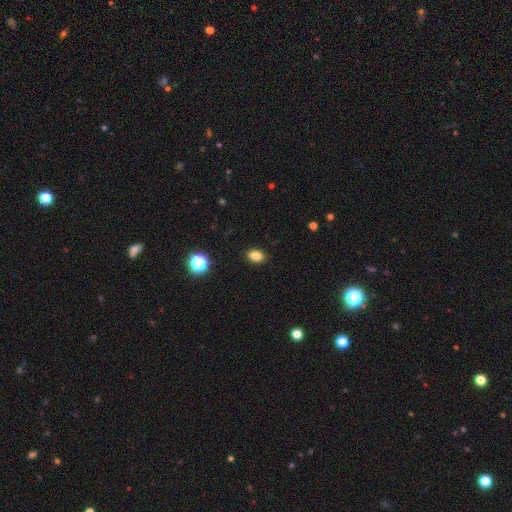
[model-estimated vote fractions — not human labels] Smooth or featured? smooth (83%)
How rounded? in between (71%)
Merging? none (90%)